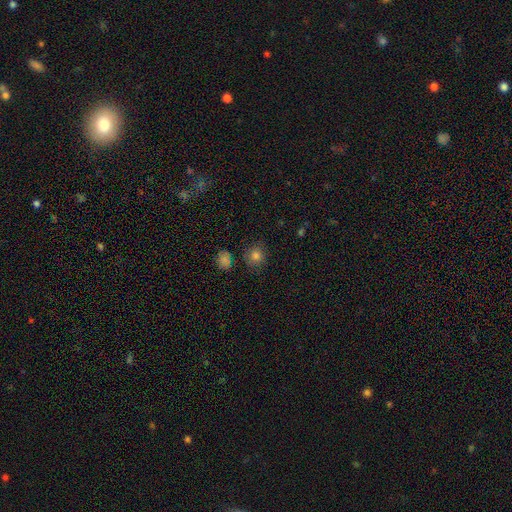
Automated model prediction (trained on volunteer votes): This appears to be a smooth galaxy with no disk features (80%) that is round (85%). Merging: none (83%).